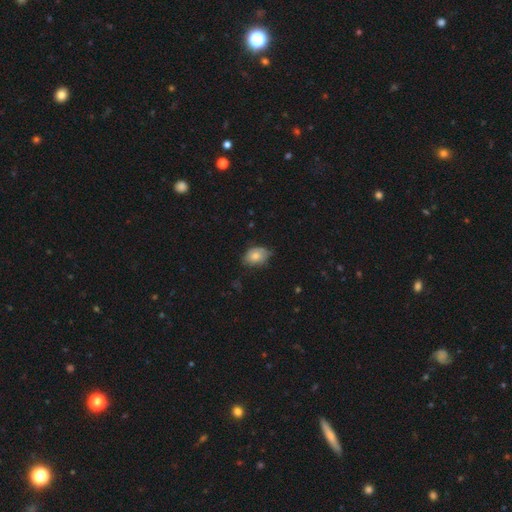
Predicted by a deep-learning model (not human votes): Morphology: type=smooth (77%); roundness=in between (78%); merging=none (61%).